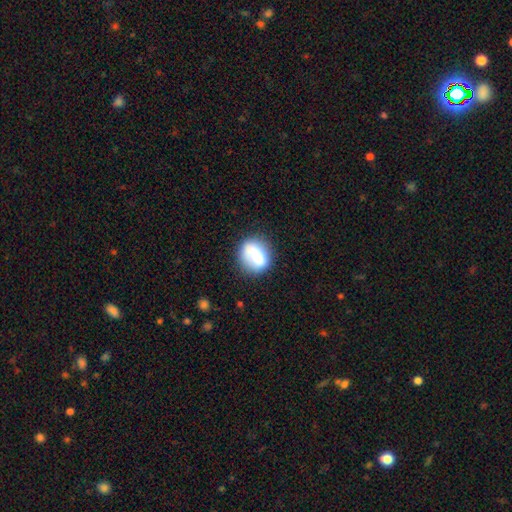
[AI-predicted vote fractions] Smooth or featured? Predicted: smooth (p=0.70). How rounded? Predicted: round (p=0.62). Merging? Predicted: none (p=0.61).